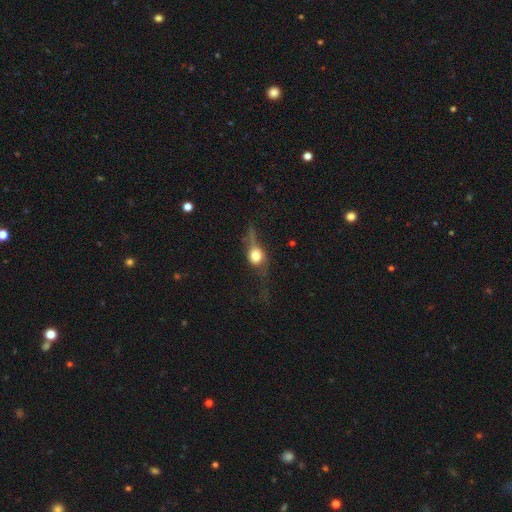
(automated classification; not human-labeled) This is possibly a smooth galaxy (48%). Merging: marginally none (40%).